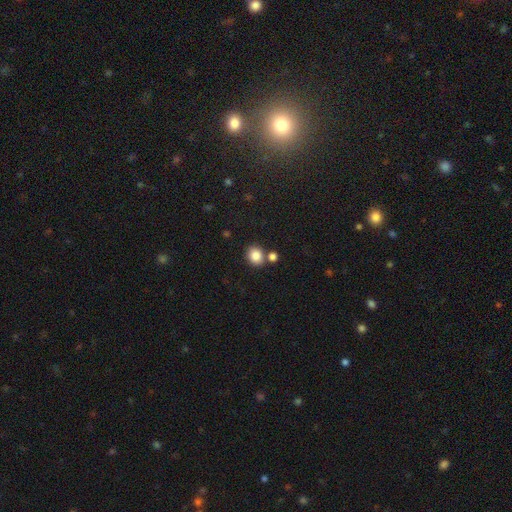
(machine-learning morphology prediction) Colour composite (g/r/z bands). It shows a smooth galaxy with no disk features (85%) that is round (65%). Merging: none (70%).